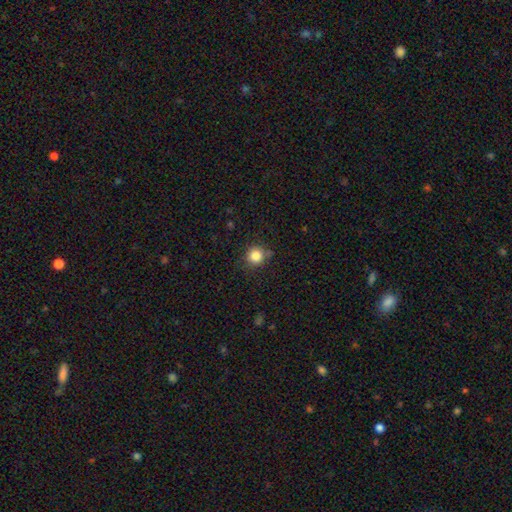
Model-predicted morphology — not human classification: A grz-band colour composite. It shows a smooth galaxy with no disk features (84%) that is round (92%). Merging: none (84%).